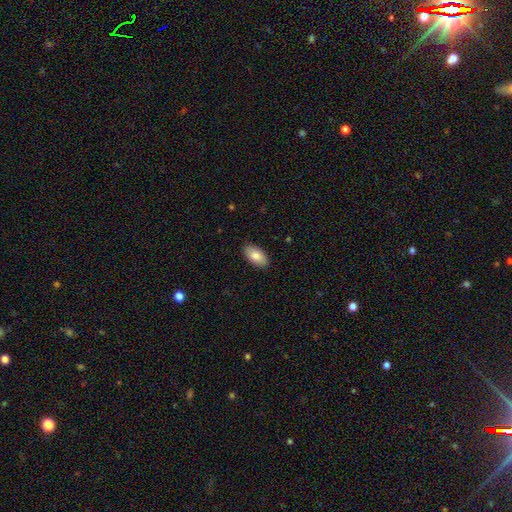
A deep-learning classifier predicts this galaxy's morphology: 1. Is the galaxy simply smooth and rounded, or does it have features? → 83% smooth, 11% featured or disk, 6% star or artifact.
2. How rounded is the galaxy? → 95% in between, 3% cigar-shaped, 3% round.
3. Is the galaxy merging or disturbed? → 89% none, 8% minor disturbance, 2% major disturbance, 1% merger.